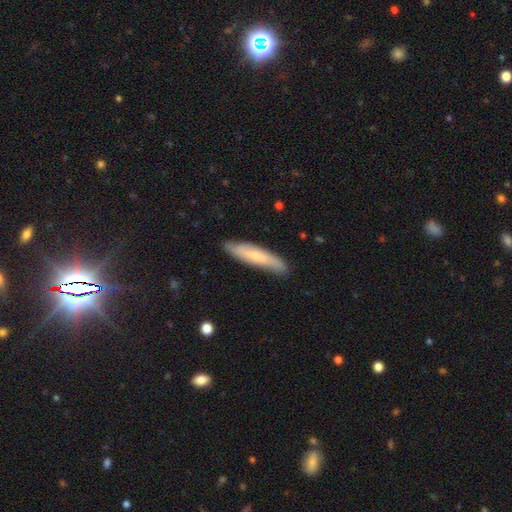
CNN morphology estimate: smooth 58%, featured or disk 36%, star or artifact 6%. Down the decision tree: how rounded — cigar-shaped (82%); merging — none (84%).